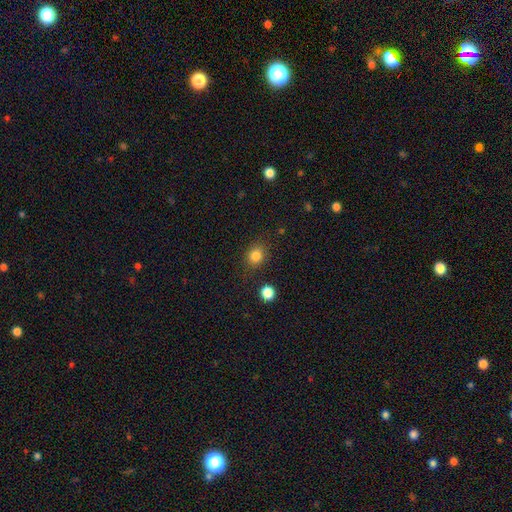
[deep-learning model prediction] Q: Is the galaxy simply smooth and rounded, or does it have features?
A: smooth — 83%.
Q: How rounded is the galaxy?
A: round — 73%.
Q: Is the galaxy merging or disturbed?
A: none — 83%.